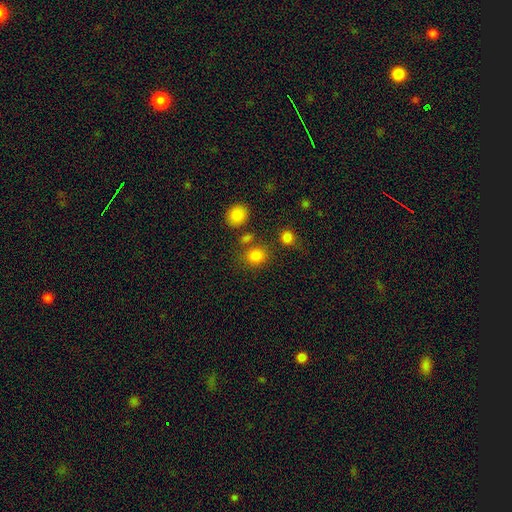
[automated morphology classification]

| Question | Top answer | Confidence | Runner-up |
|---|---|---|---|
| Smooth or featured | smooth | 81% | star or artifact (14%) |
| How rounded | round | 73% | in between (26%) |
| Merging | none | 72% | merger (13%) |